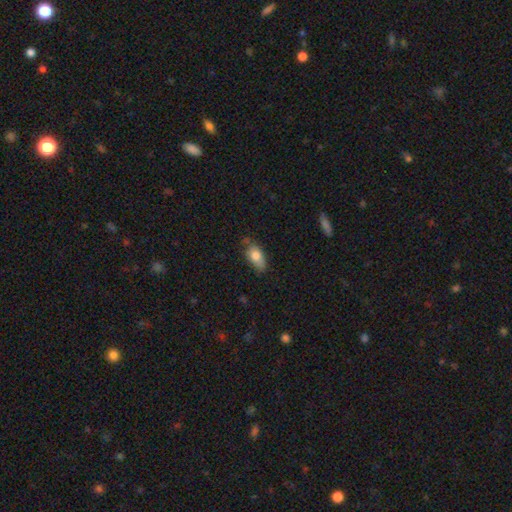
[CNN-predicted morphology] smooth 77%, featured or disk 15%, star or artifact 7%. Down the decision tree: how rounded — in between (87%); merging — none (62%).